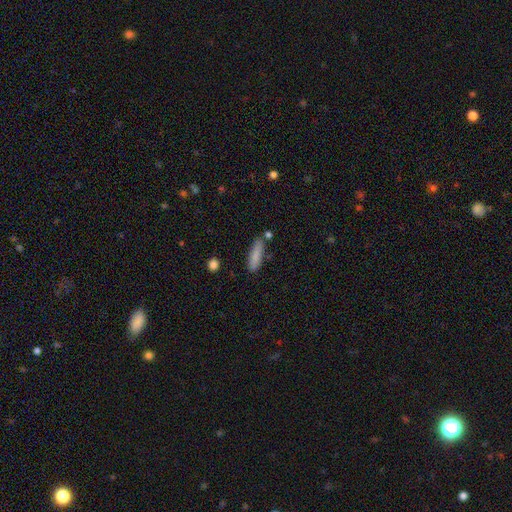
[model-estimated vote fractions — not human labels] Smooth or featured?
  - smooth: 84% *
  - featured or disk: 9%
  - star or artifact: 7%
How rounded?
  - cigar-shaped: 68% *
  - in between: 31%
  - round: 2%
Merging?
  - none: 76% *
  - minor disturbance: 15%
  - merger: 6%
  - major disturbance: 3%